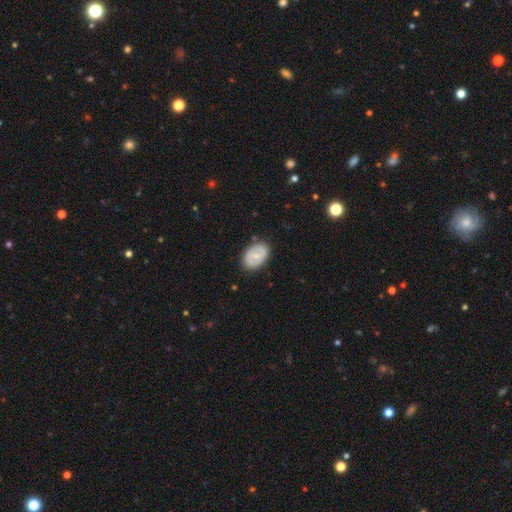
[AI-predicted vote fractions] This appears to be a smooth galaxy with no disk features (48%). Merging: none (83%).